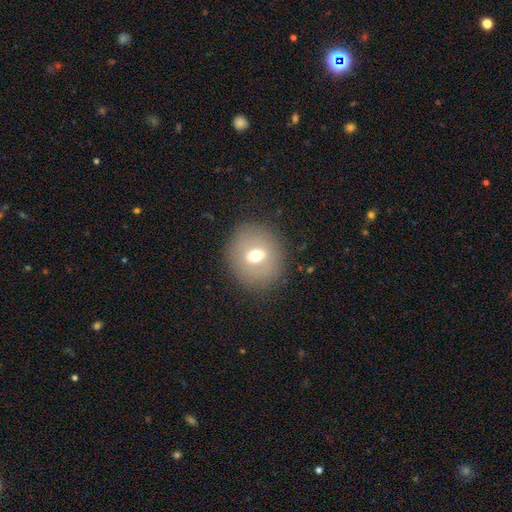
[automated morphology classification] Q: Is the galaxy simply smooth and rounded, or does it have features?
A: smooth — 56%.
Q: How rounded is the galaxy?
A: round — 74%.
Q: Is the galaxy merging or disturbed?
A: none — 84%.